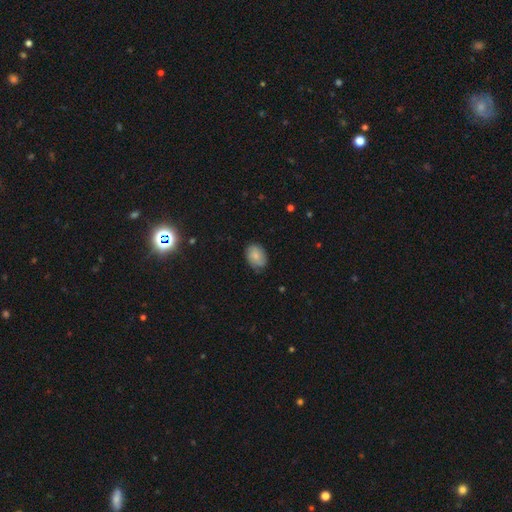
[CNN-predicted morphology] A smooth galaxy with no disk features (75%) that is in between round and cigar-shaped (78%). Merging: none (72%).